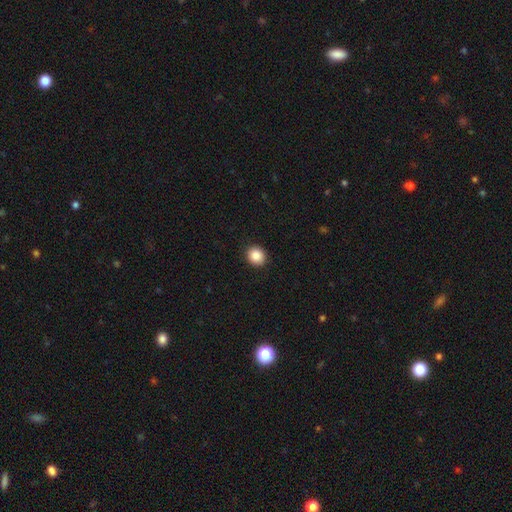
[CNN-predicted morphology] This appears to be a smooth galaxy with no disk features (87%) that is round (79%). Merging: none (92%).